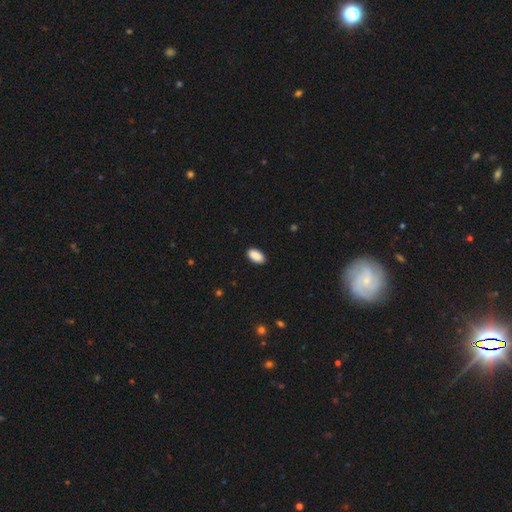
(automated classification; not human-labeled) smooth 90%, star or artifact 7%, featured or disk 3%. Down the decision tree: how rounded — in between (94%); merging — none (90%).